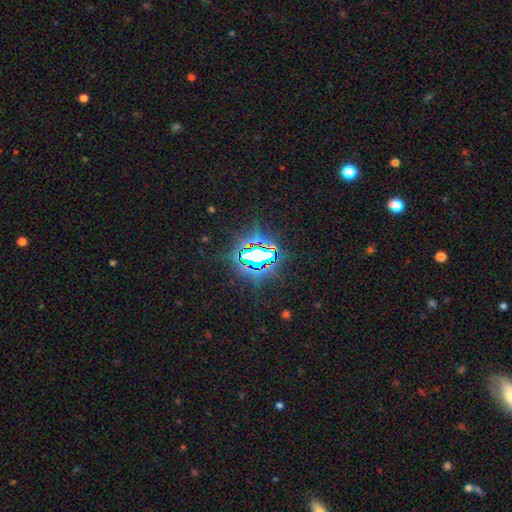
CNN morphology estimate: Q: Smooth or featured?
A: star or artifact (78%); runner-up: smooth (12%)